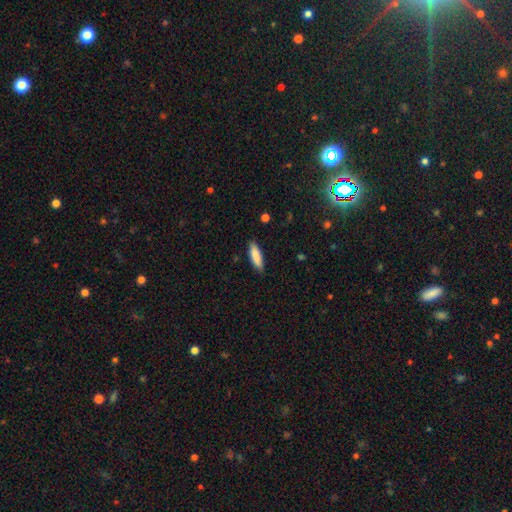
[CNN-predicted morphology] type=smooth (86%); roundness=cigar-shaped (57%); merging=none (85%).